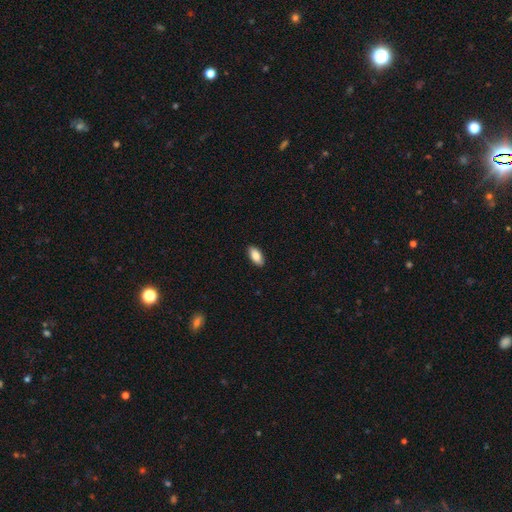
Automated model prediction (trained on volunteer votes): Smooth or featured: smooth — 85% (featured or disk — 9%)
How rounded: in between — 90% (cigar-shaped — 8%)
Merging: none — 91% (minor disturbance — 7%)